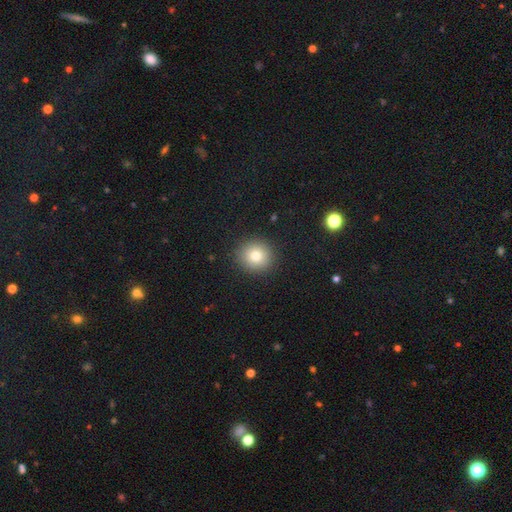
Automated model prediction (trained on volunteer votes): Morphology: type=smooth (79%); roundness=round (89%); merging=none (90%).